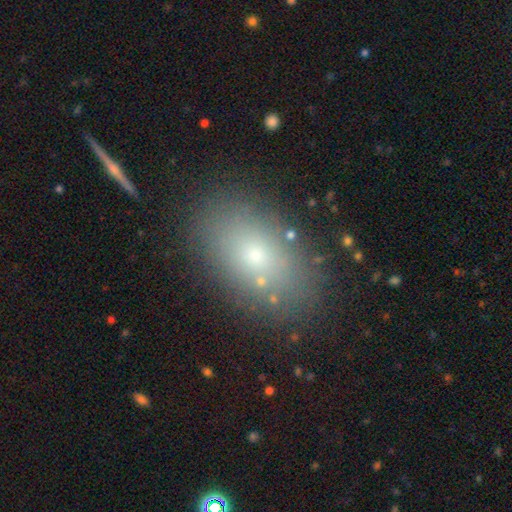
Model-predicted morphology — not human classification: type=smooth (71%); roundness=in between (85%); merging=none (84%).